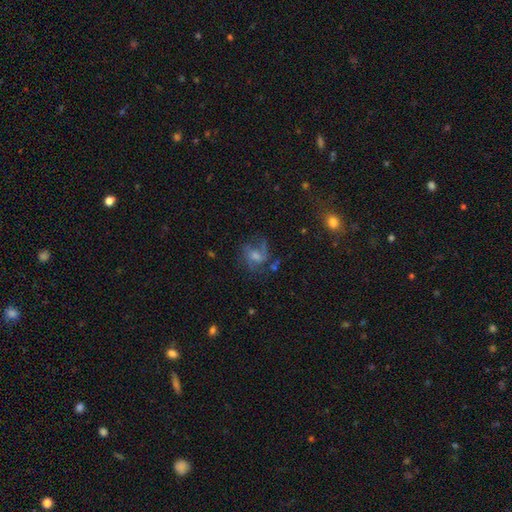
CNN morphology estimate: Overall: featured or disk (60%; smooth 25%). Edge-on disk: no (97%). Bar: no (56%; weak 37%). Spiral arms: yes (80%). Bulge size: moderate (44%; small 28%). Merging: none (48%; major disturbance 28%).